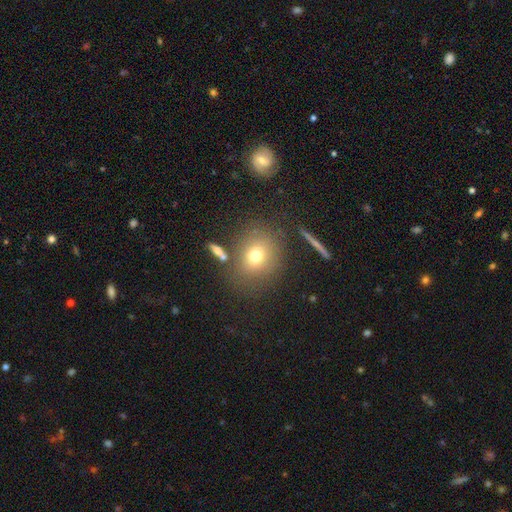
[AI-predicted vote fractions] Smooth or featured? smooth (70%)
How rounded? round (66%)
Merging? none (76%)